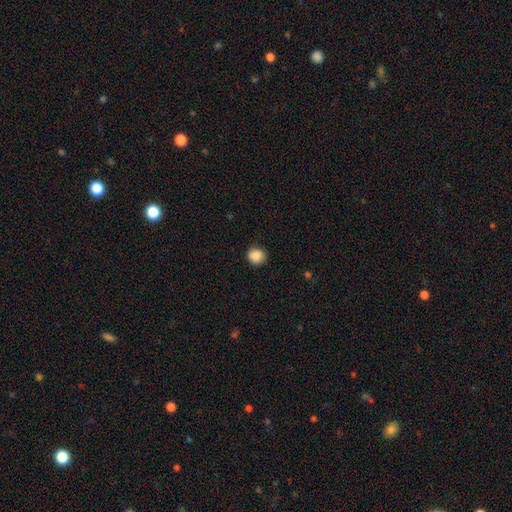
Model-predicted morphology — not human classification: Smooth or featured? smooth (88%)
How rounded? round (88%)
Merging? none (86%)